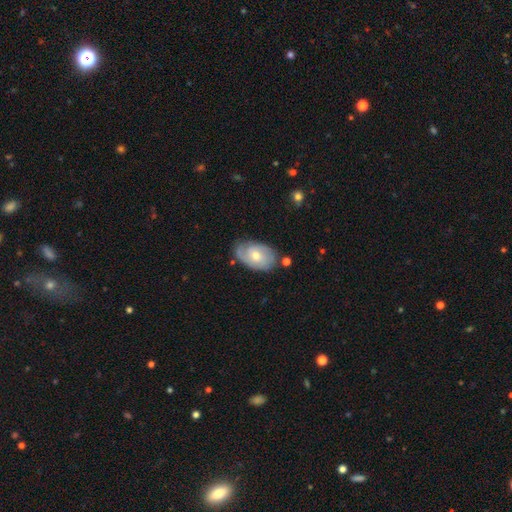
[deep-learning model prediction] Morphology: type=featured or disk (67%); edge-on=no (95%); bar=no (68%); spiral arms=yes (85%); winding=tight (58%); arm count=2 (42%); bulge=moderate (59%); merging=none (68%).